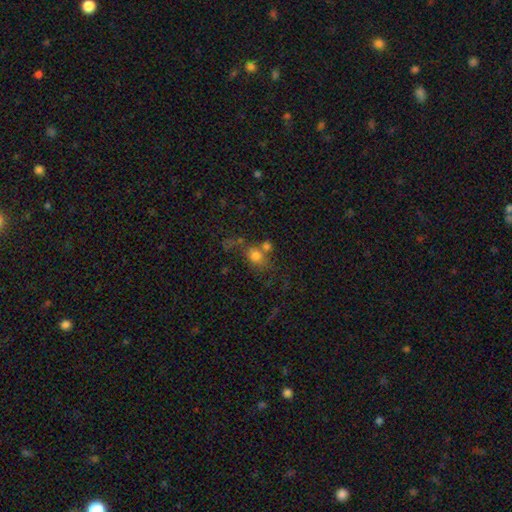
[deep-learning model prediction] Q: Smooth or featured?
A: smooth (73%); runner-up: star or artifact (14%)
Q: How rounded?
A: round (60%); runner-up: in between (38%)
Q: Merging?
A: none (44%); runner-up: merger (33%)